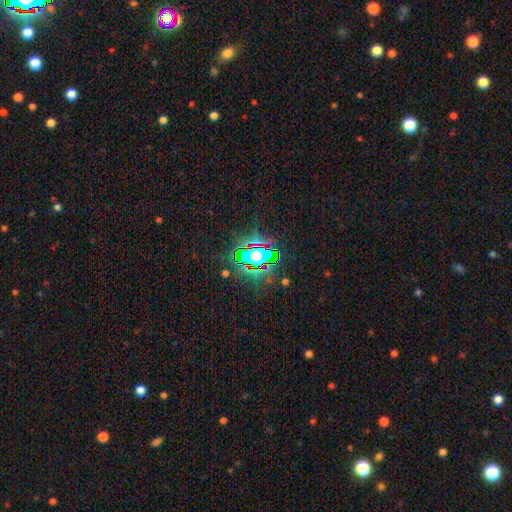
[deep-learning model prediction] star or artifact 66%, smooth 20%, featured or disk 14%.